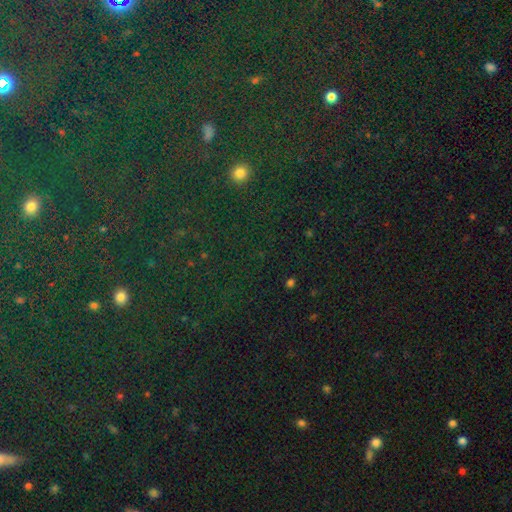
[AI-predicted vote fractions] smooth_or_featured: star or artifact (p=0.81) [alt: smooth p=0.11]